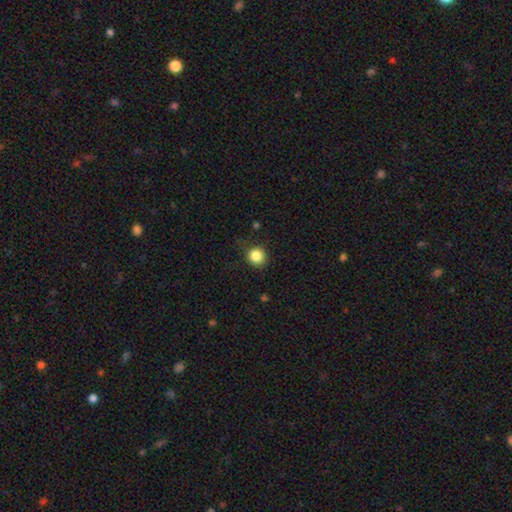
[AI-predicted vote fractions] This appears to be a smooth galaxy with no disk features (85%) that is round (89%). Merging: none (81%).